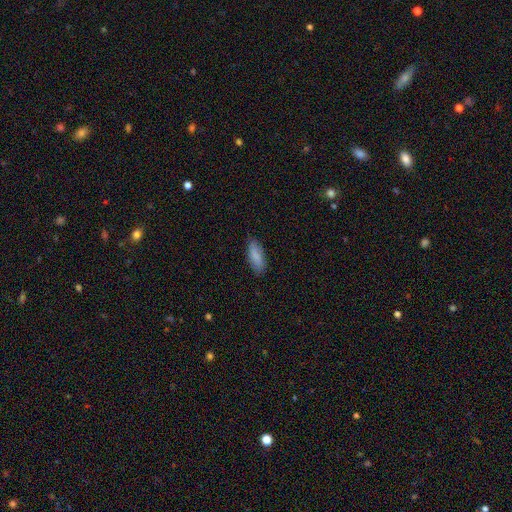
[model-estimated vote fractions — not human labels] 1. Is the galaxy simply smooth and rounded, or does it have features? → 86% smooth, 8% featured or disk, 6% star or artifact.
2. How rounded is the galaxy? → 73% in between, 26% cigar-shaped, 2% round.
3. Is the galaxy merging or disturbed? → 83% none, 14% minor disturbance, 3% major disturbance, 1% merger.